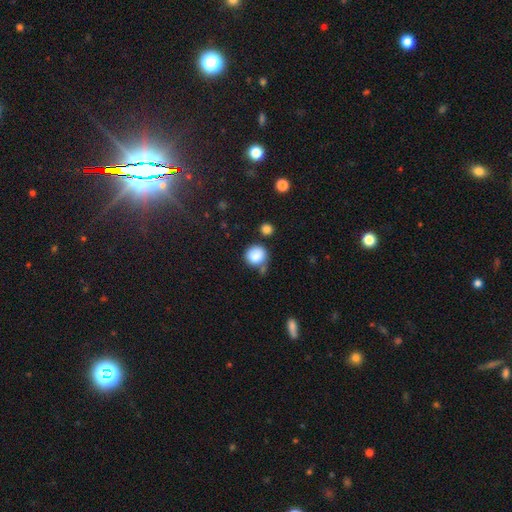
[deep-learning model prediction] smooth_or_featured: smooth (p=0.86) [alt: star or artifact p=0.09]
how_rounded: round (p=0.88) [alt: in between p=0.11]
merging: none (p=0.64) [alt: minor disturbance p=0.18]